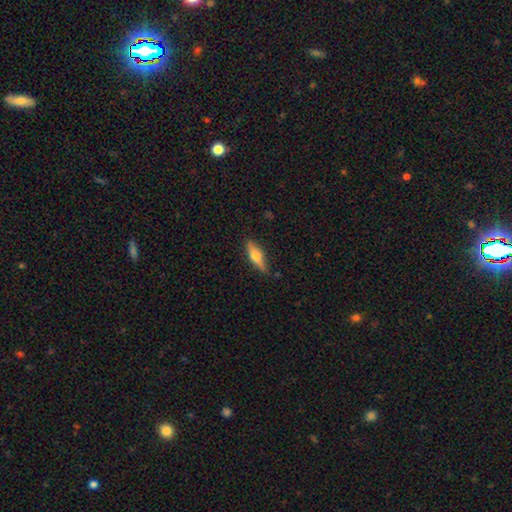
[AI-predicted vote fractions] smooth_or_featured: smooth (p=0.60) [alt: featured or disk p=0.34]
how_rounded: cigar-shaped (p=0.55) [alt: in between p=0.43]
merging: none (p=0.79) [alt: minor disturbance p=0.16]